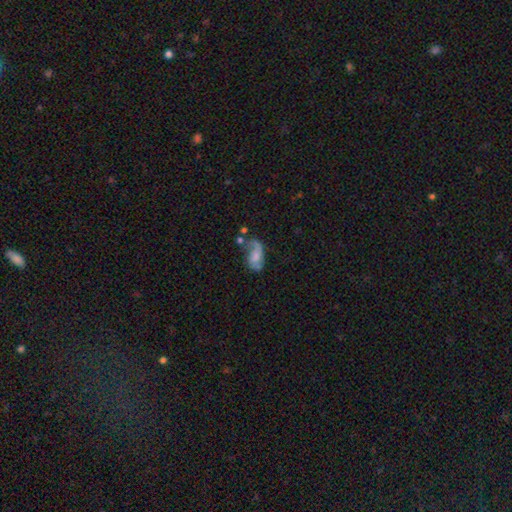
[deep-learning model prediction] Smooth or featured?
  - featured or disk: 56% *
  - smooth: 35%
  - star or artifact: 9%
Edge-on disk?
  - no: 96% *
  - yes: 4%
Bar?
  - no: 57% *
  - weak: 35%
  - strong: 8%
Spiral arms?
  - yes: 83% *
  - no: 17%
Bulge size?
  - none: 29% * (tied)
  - small: 29% * (tied)
  - moderate: 29% * (tied)
  - large: 11%
  - dominant: 2%
Merging?
  - none: 36% *
  - major disturbance: 26%
  - minor disturbance: 25%
  - merger: 14%